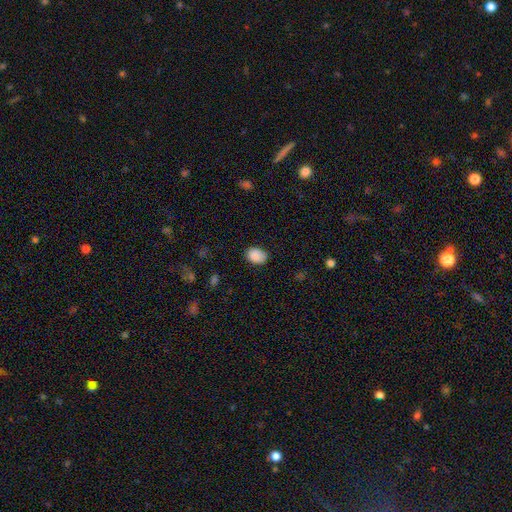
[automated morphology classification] type=smooth (88%); roundness=in between (72%); merging=none (81%).